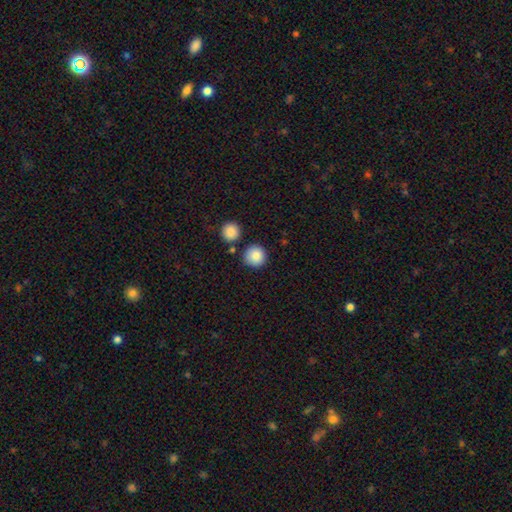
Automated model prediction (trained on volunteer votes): Smooth or featured?
  - smooth: 86% *
  - star or artifact: 9%
  - featured or disk: 5%
How rounded?
  - round: 94% *
  - in between: 5%
  - cigar-shaped: 1%
Merging?
  - none: 84% *
  - minor disturbance: 7%
  - merger: 6%
  - major disturbance: 2%